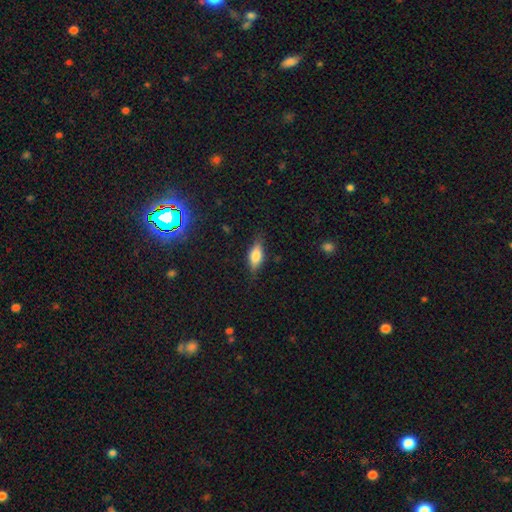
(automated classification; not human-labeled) Smooth or featured? Predicted: smooth (p=0.68). How rounded? Predicted: in between (p=0.77). Merging? Predicted: none (p=0.78).